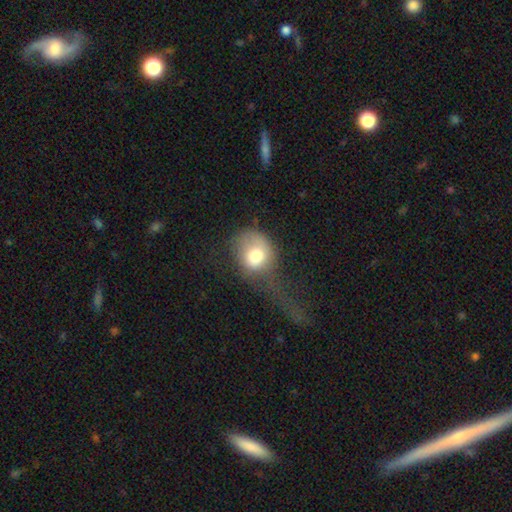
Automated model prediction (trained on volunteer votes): Smooth or featured? Predicted: smooth (p=0.74). How rounded? Predicted: round (p=0.61). Merging? Predicted: major disturbance (p=0.49).